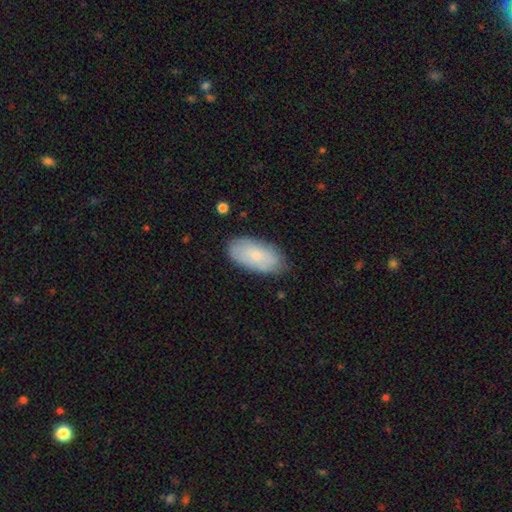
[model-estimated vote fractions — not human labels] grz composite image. It shows a smooth galaxy with no disk features (75%) that is in between round and cigar-shaped (94%). Merging: none (79%).